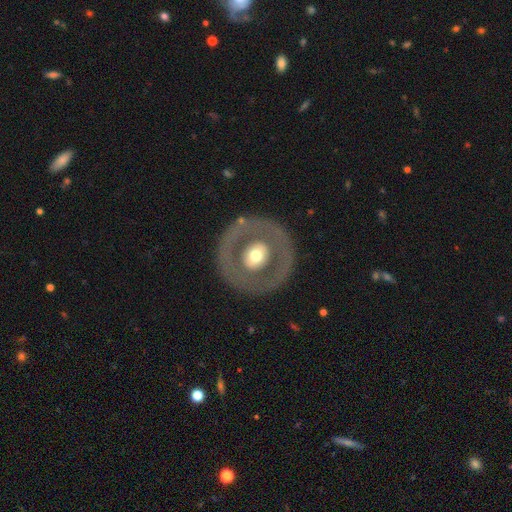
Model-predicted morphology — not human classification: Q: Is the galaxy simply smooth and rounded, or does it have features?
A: featured or disk — 55%.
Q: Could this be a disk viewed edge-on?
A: no — 94%.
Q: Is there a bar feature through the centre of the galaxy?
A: no — 84%.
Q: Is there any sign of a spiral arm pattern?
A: no — 92%.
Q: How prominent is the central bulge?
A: moderate — 66%.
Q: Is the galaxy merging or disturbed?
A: none — 84%.